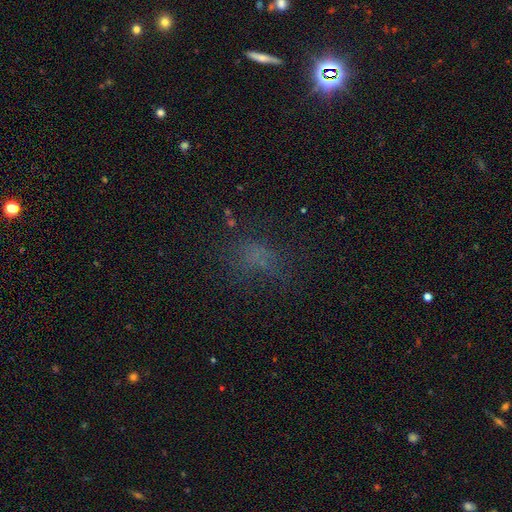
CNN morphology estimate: Overall: smooth (48%; star or artifact 35%). Merging: none (60%).